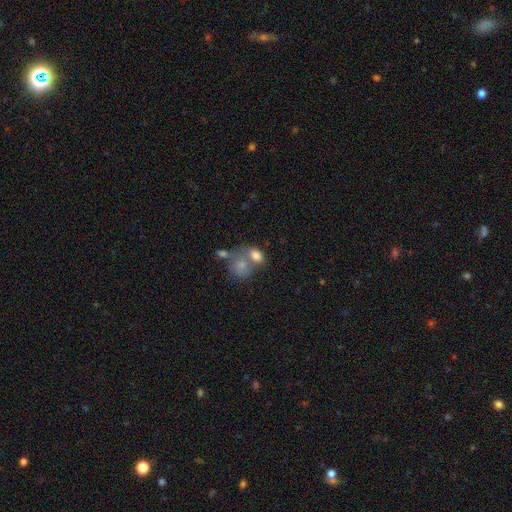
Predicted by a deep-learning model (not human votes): smooth 77%, featured or disk 14%, star or artifact 10%. Down the decision tree: how rounded — in between (63%); merging — merger (52%).